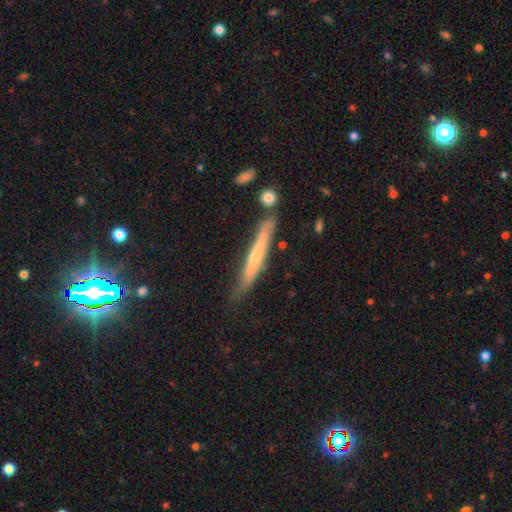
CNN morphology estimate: This appears to be a featured or disk galaxy (51%) viewed edge-on (91%). Merging: none (72%).